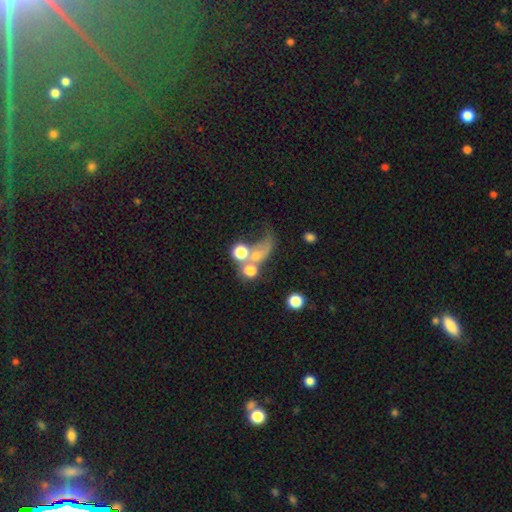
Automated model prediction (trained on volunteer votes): A smooth galaxy with no disk features (45%). Merging: merger (41%).